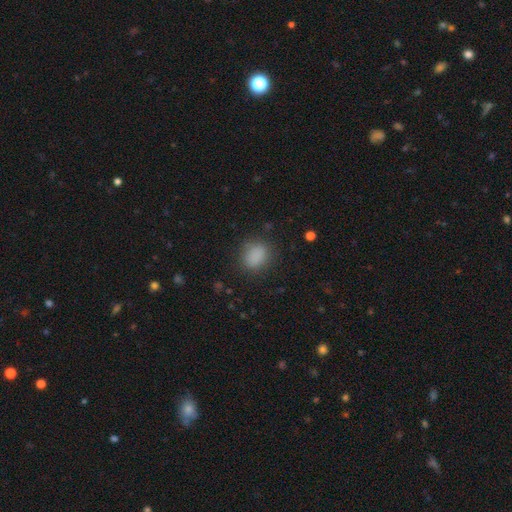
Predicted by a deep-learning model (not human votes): Smooth or featured? Predicted: smooth (p=0.85). How rounded? Predicted: round (p=0.50). Merging? Predicted: none (p=0.80).